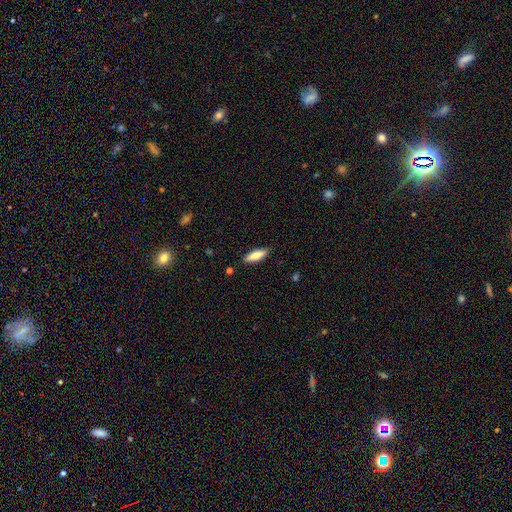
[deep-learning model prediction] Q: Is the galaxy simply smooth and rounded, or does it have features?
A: smooth — 74%.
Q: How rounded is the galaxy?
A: in between — 53%.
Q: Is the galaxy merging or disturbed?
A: none — 88%.